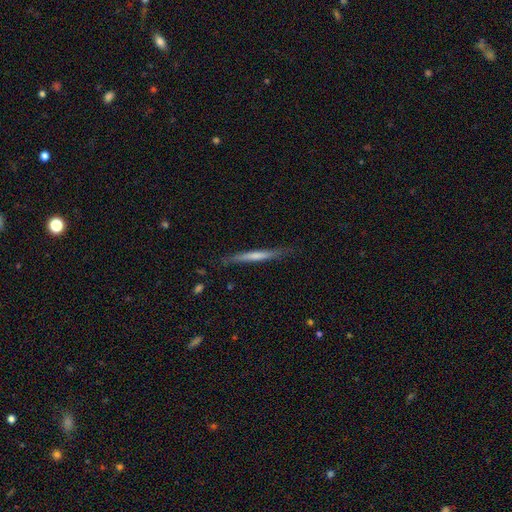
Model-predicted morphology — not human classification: The model was most divided on "edge-on bulge": none: 46%, rounded: 45%, boxy: 10%. More confident: edge-on disk — yes (96%); merging — none (85%); smooth or featured — featured or disk (61%).